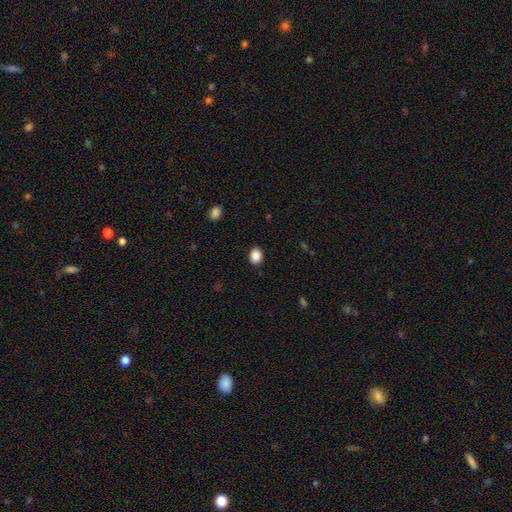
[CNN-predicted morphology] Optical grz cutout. It shows a smooth galaxy with no disk features (88%) that is in between round and cigar-shaped (50%). Merging: none (90%).